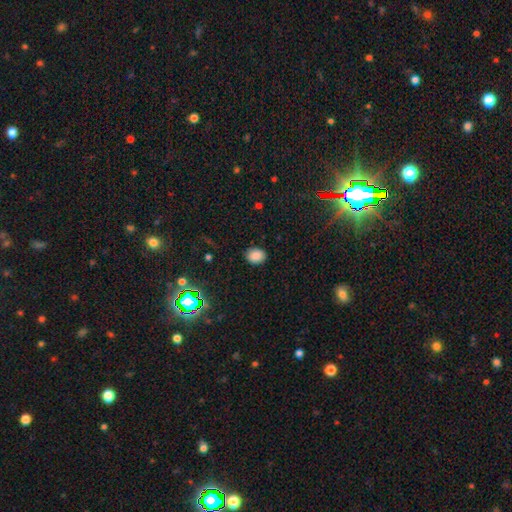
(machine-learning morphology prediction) Smooth or featured: smooth — 84% (star or artifact — 11%)
How rounded: in between — 56% (round — 43%)
Merging: none — 87% (minor disturbance — 9%)